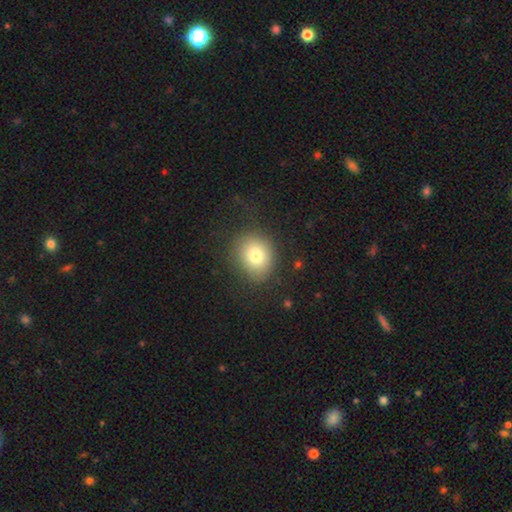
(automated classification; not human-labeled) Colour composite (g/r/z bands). It shows a smooth galaxy with no disk features (76%) that is round (72%). Merging: none (85%).